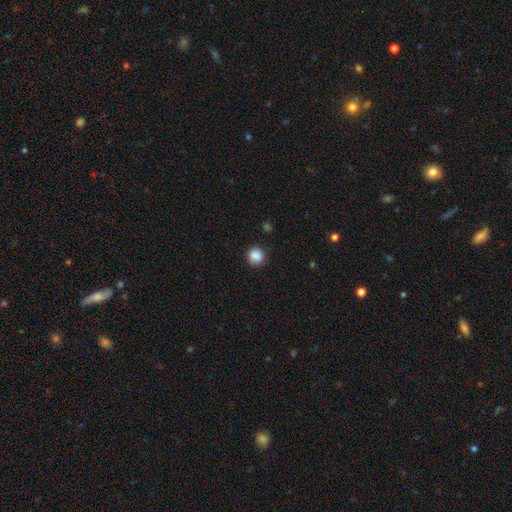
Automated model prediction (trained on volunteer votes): Q: Smooth or featured?
A: smooth (87%); runner-up: star or artifact (10%)
Q: How rounded?
A: round (87%); runner-up: in between (12%)
Q: Merging?
A: none (82%); runner-up: minor disturbance (13%)